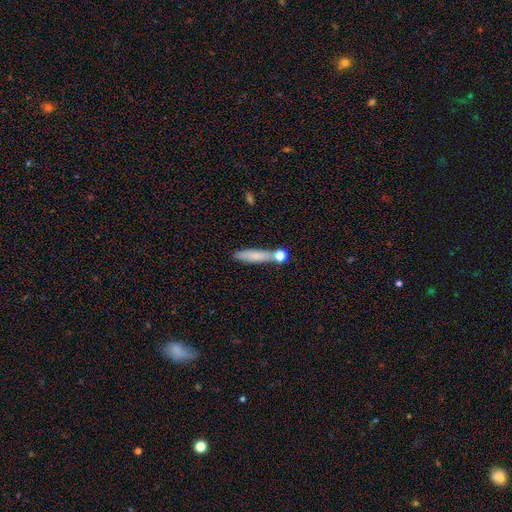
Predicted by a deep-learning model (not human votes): smooth 76%, featured or disk 16%, star or artifact 8%. Down the decision tree: how rounded — cigar-shaped (79%); merging — none (68%).